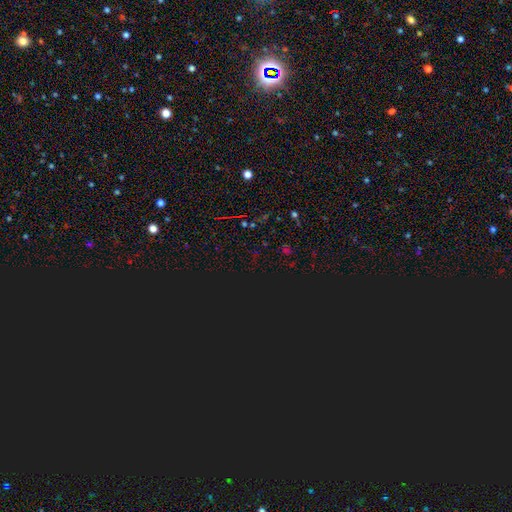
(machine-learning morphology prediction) Overall: star or artifact (78%).